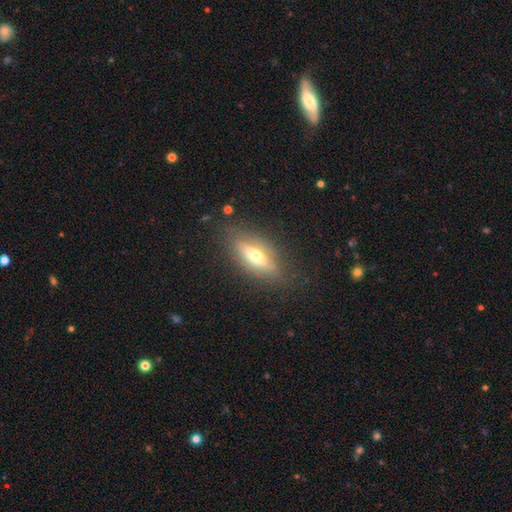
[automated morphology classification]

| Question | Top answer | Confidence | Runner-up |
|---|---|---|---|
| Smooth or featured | smooth | 47% | featured or disk (45%) |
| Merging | none | 80% | minor disturbance (14%) |